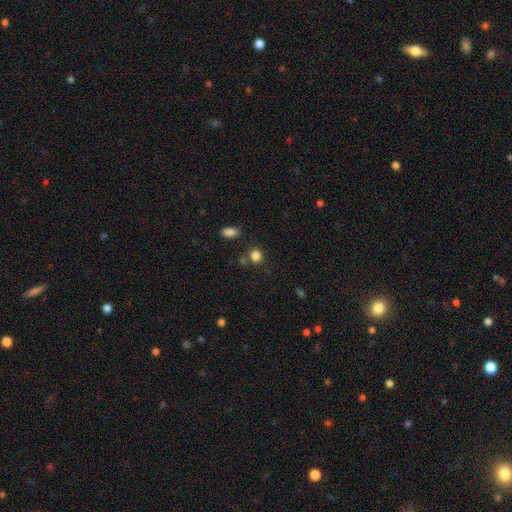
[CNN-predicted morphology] Q: Smooth or featured?
A: smooth (83%); runner-up: star or artifact (12%)
Q: How rounded?
A: round (74%); runner-up: in between (25%)
Q: Merging?
A: none (74%); runner-up: minor disturbance (12%)